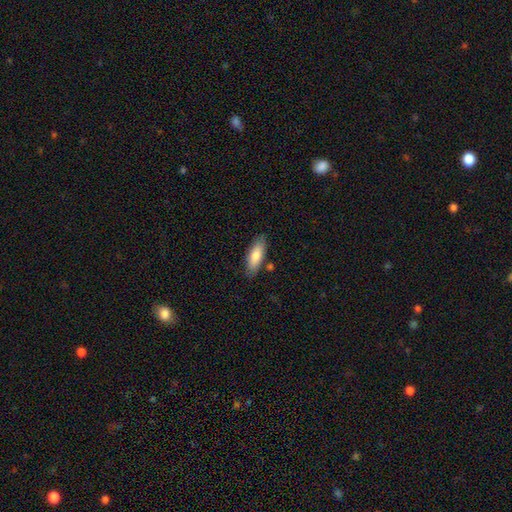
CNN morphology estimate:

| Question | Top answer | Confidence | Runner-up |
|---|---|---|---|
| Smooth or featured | smooth | 79% | featured or disk (16%) |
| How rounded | in between | 66% | cigar-shaped (32%) |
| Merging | none | 81% | minor disturbance (13%) |